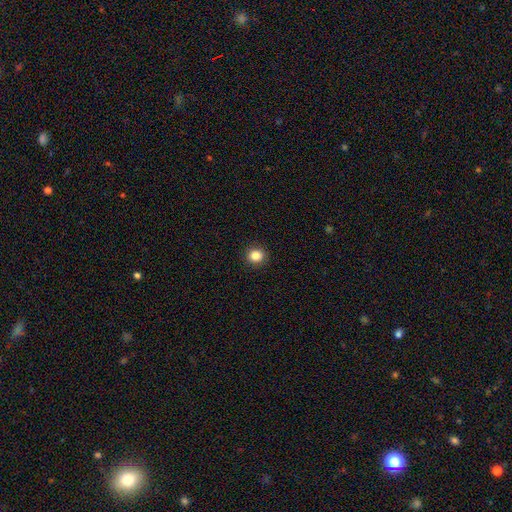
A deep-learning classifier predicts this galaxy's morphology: Overall: smooth (85%). How rounded: round (89%). Merging: none (92%).